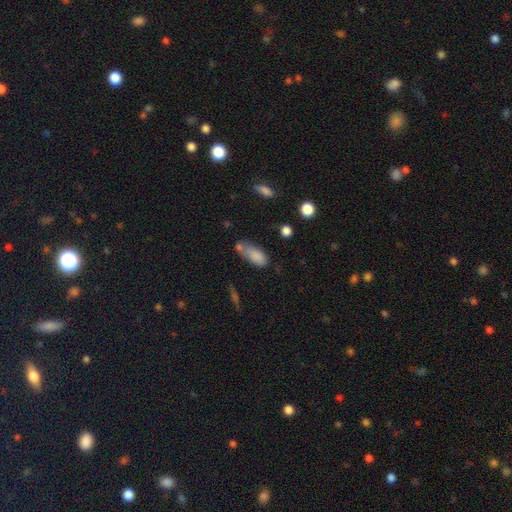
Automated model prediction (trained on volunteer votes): smooth 81%, featured or disk 10%, star or artifact 9%. Down the decision tree: how rounded — in between (82%); merging — none (42%).